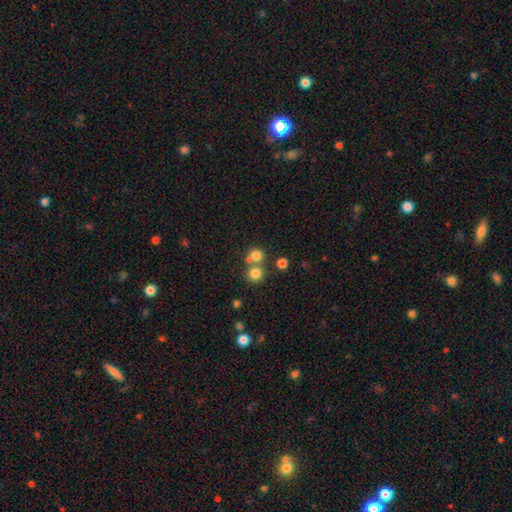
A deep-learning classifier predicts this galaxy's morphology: Smooth or featured? Predicted: smooth (p=0.76). How rounded? Predicted: round (p=0.88). Merging? Predicted: none (p=0.54).